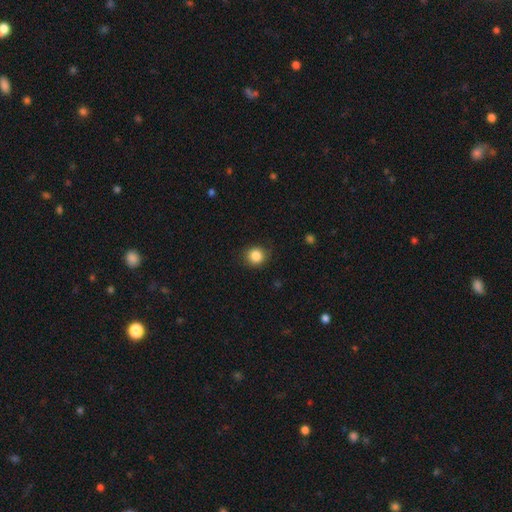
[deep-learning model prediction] A smooth galaxy with no disk features (86%) that is round (88%). Merging: none (86%).